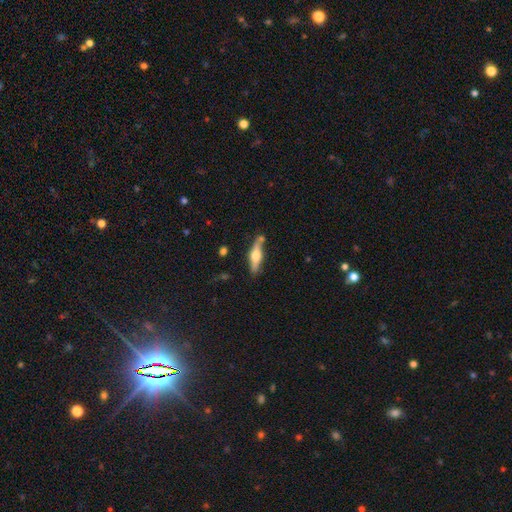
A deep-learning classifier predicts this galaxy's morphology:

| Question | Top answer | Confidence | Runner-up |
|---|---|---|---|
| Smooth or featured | featured or disk | 57% | smooth (38%) |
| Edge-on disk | yes | 93% | no (7%) |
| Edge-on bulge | rounded | 94% | boxy (4%) |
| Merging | none | 75% | minor disturbance (15%) |